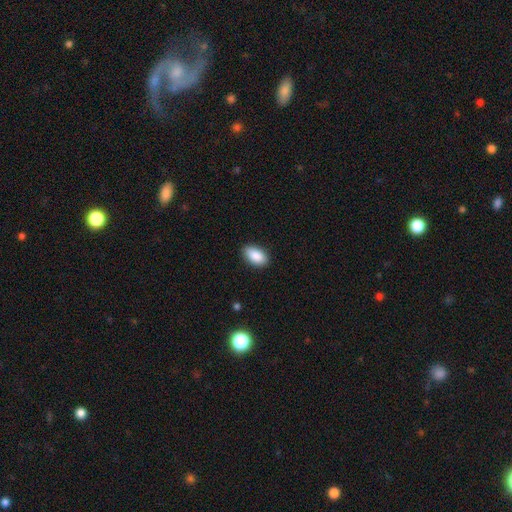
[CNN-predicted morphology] Overall: smooth (89%). How rounded: in between (94%). Merging: none (88%).